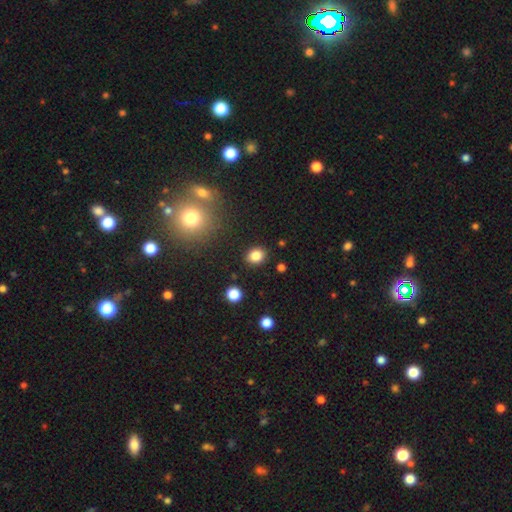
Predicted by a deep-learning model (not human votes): The model was most divided on "how rounded": round: 59%, in between: 40%, cigar-shaped: 1%. More confident: merging — none (88%); smooth or featured — smooth (83%).